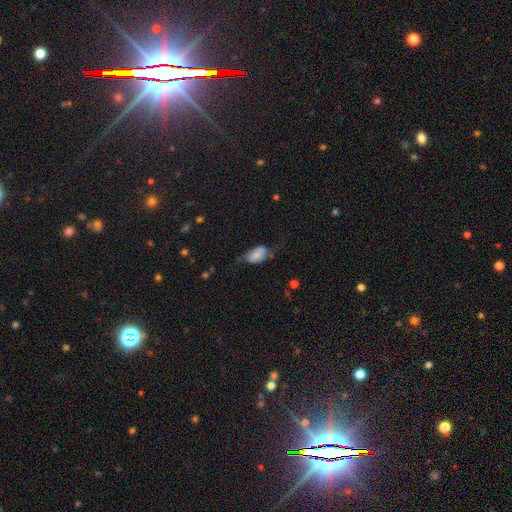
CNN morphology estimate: This appears to be a smooth galaxy with no disk features (70%) that is in between round and cigar-shaped (91%). Merging: none (43%).